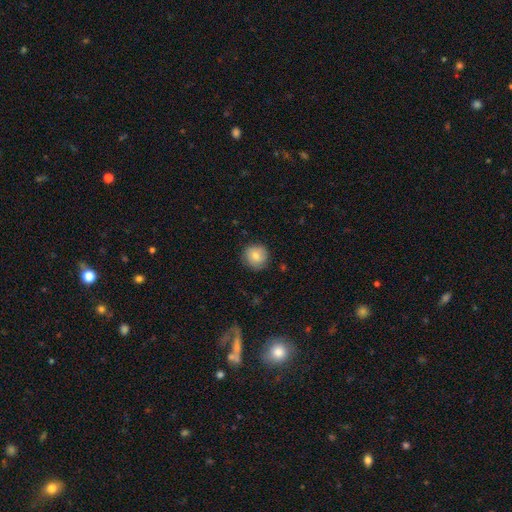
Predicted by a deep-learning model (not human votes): A smooth galaxy with no disk features (75%) that is round (92%). Merging: none (83%).